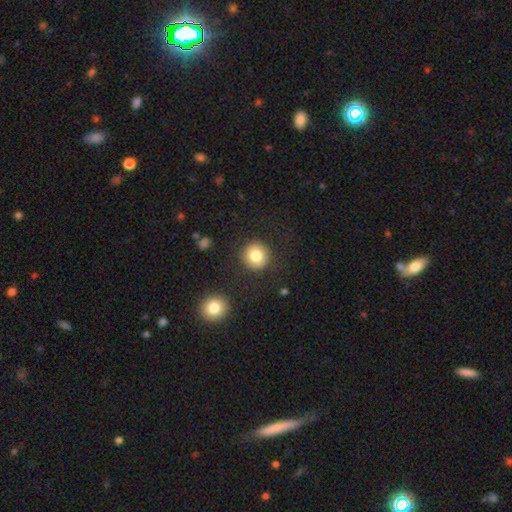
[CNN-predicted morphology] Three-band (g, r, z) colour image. It shows a smooth galaxy with no disk features (80%) that is round (95%). Merging: none (88%).